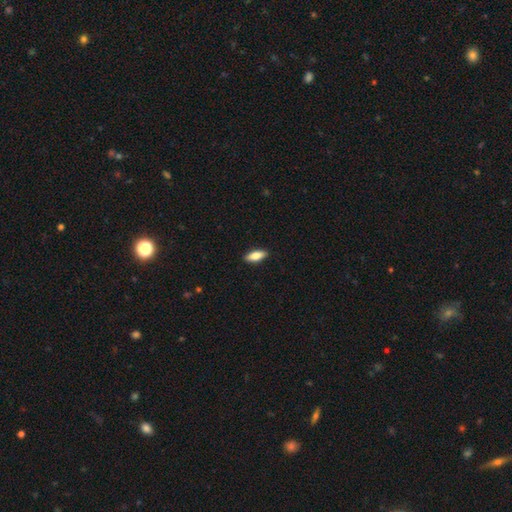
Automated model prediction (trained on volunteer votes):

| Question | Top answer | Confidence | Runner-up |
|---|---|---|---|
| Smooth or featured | smooth | 78% | featured or disk (16%) |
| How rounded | in between | 72% | cigar-shaped (25%) |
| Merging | none | 90% | minor disturbance (7%) |